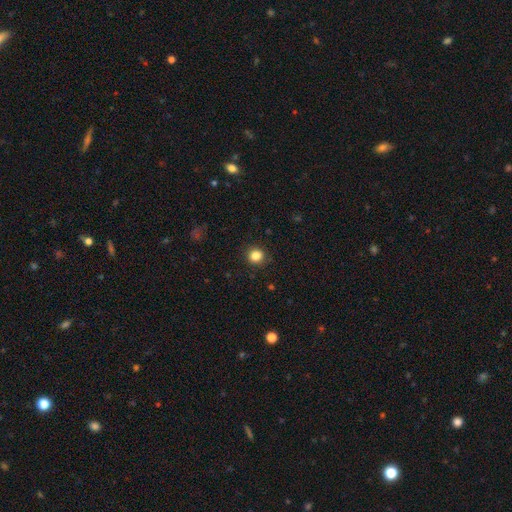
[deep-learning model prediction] Q: Smooth or featured?
A: smooth (85%); runner-up: star or artifact (11%)
Q: How rounded?
A: round (85%); runner-up: in between (14%)
Q: Merging?
A: none (90%); runner-up: minor disturbance (7%)